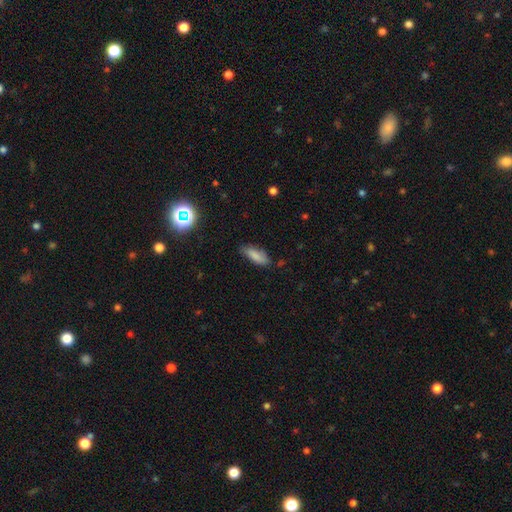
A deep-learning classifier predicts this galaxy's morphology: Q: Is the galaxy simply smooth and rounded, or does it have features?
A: smooth — 82%.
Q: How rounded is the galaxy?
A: in between — 68%.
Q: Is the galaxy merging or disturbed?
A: none — 73%.